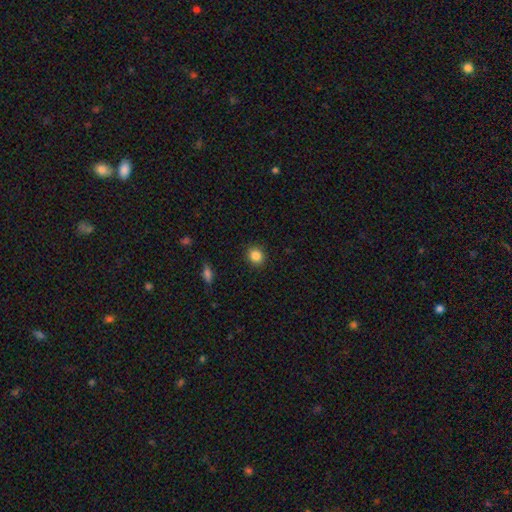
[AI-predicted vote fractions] A smooth galaxy with no disk features (86%) that is round (79%). Merging: none (90%).